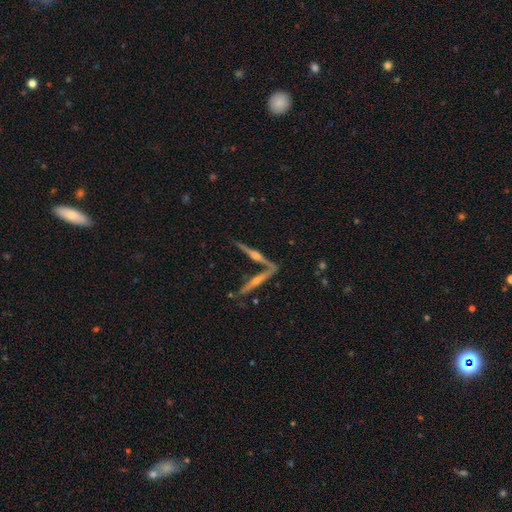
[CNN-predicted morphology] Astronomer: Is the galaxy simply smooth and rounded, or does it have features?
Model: featured or disk — 79%.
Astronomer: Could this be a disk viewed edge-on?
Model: yes — 94%.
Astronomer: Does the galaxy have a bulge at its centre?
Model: rounded — 86%.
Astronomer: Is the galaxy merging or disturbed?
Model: none — 60%.